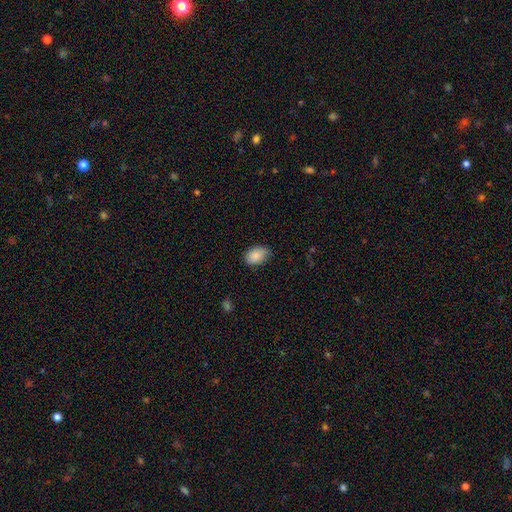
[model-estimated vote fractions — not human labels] Smooth or featured: smooth — 88% (star or artifact — 7%)
How rounded: in between — 86% (round — 13%)
Merging: none — 77% (minor disturbance — 19%)